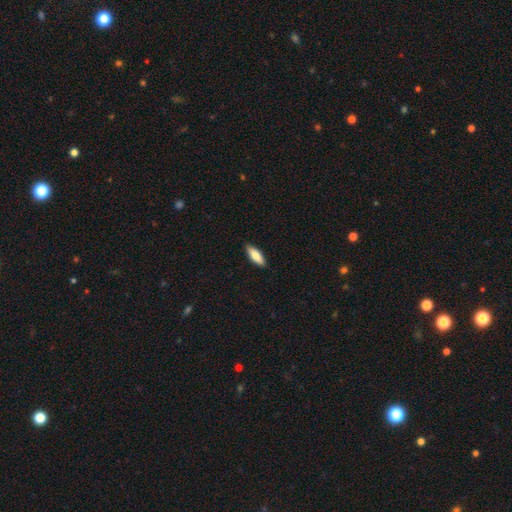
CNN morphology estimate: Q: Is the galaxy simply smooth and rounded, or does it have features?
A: smooth — 77%.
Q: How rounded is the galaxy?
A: in between — 63%.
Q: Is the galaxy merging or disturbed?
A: none — 88%.